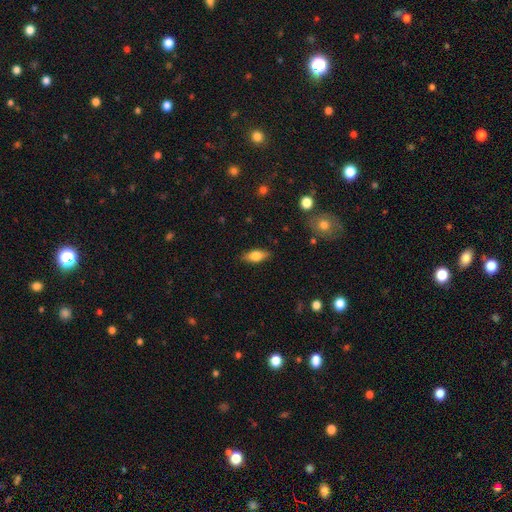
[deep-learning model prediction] A smooth galaxy with no disk features (71%) that is in between round and cigar-shaped (79%).

Vote fractions:
- Smooth or featured? smooth: 71% / featured or disk: 22% / star or artifact: 7%
- How rounded? in between: 79% / cigar-shaped: 18% / round: 4%
- Merging? none: 85% / minor disturbance: 11% / major disturbance: 2% / merger: 1%